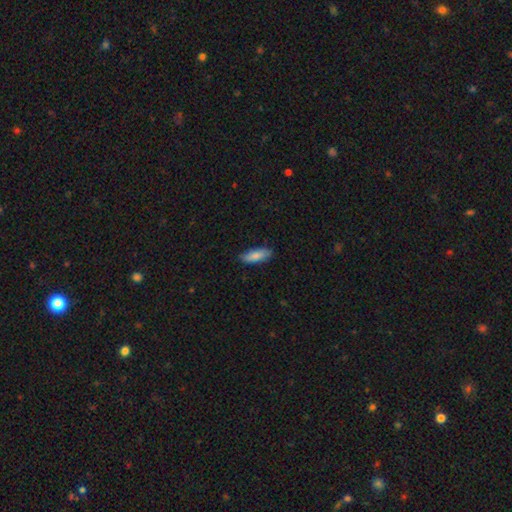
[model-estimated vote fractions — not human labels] This appears to be a smooth galaxy with no disk features (83%) that is in between round and cigar-shaped (62%). Merging: none (83%).